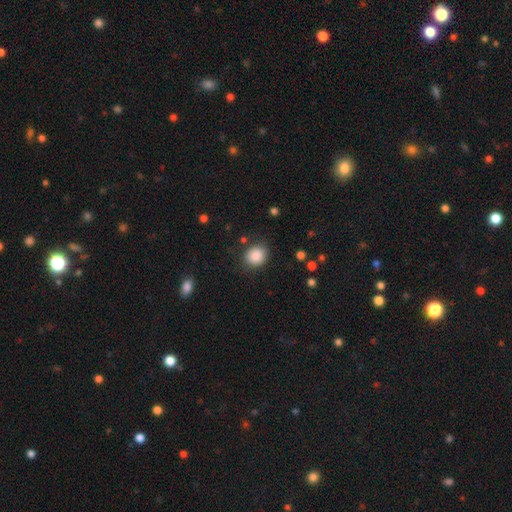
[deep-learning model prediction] This appears to be a smooth galaxy with no disk features (87%) that is round (74%). Merging: none (82%).